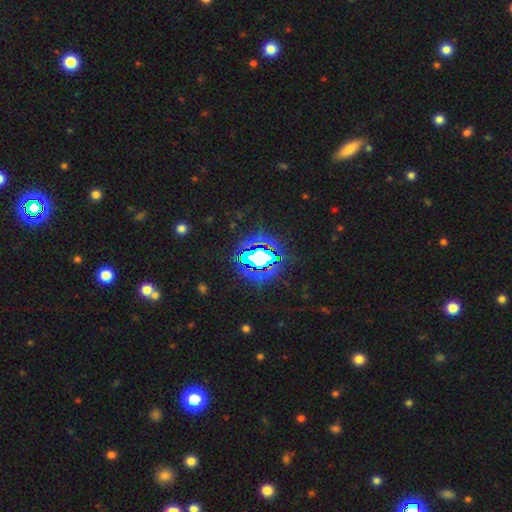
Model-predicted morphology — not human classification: A star or artifact, not a galaxy (73%).